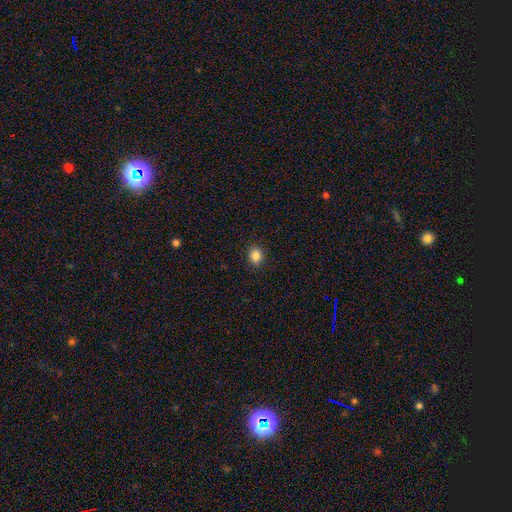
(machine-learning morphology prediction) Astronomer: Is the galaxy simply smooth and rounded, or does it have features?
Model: smooth — 86%.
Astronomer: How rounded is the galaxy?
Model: round — 63%.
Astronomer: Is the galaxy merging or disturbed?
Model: none — 90%.